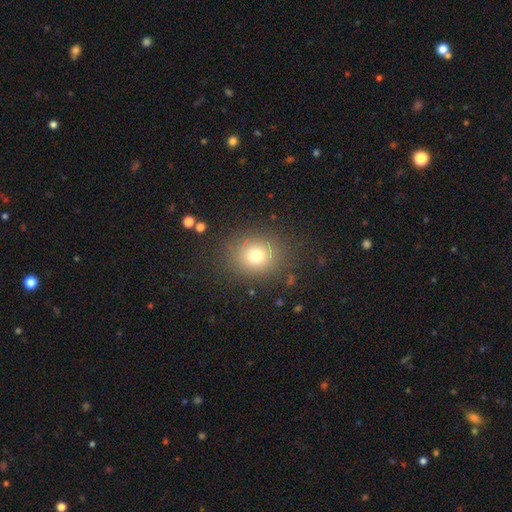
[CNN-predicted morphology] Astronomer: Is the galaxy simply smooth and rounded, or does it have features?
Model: smooth — 73%.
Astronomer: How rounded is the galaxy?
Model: round — 69%.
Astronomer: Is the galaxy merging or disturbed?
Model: none — 83%.